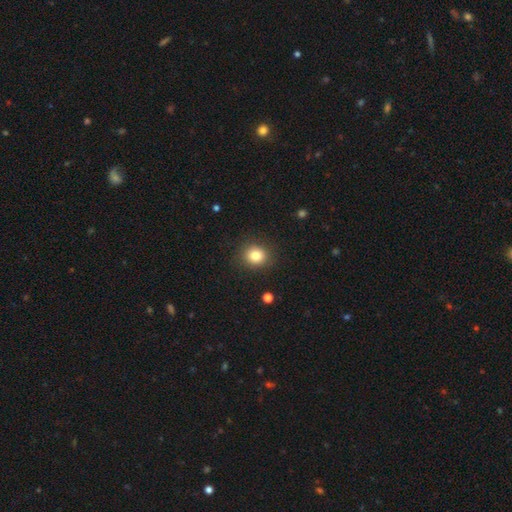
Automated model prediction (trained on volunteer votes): This appears to be a smooth galaxy with no disk features (82%) that is round (82%). Merging: none (89%).